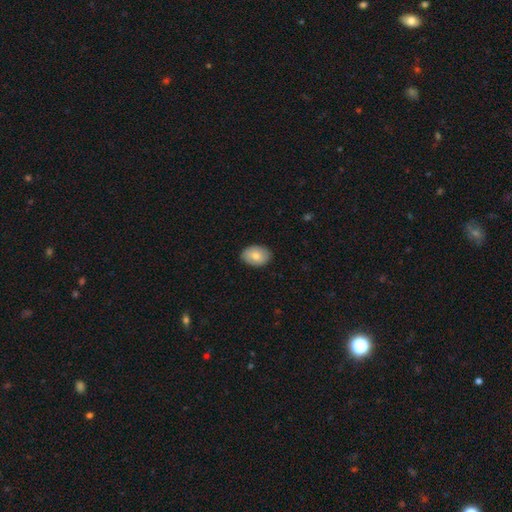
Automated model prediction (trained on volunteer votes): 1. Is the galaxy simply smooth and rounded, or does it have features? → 77% smooth, 16% featured or disk, 7% star or artifact.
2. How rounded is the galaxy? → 76% in between, 23% round, 1% cigar-shaped.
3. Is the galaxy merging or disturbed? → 86% none, 11% minor disturbance, 2% major disturbance, 1% merger.